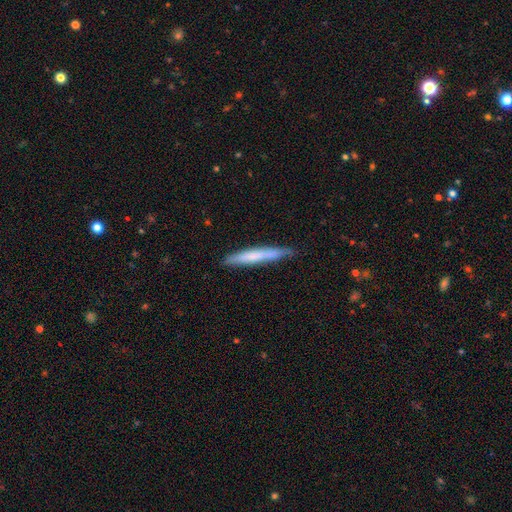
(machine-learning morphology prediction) The model was most divided on "smooth or featured": smooth: 63%, featured or disk: 31%, star or artifact: 6%. More confident: how rounded — cigar-shaped (95%); merging — none (83%).